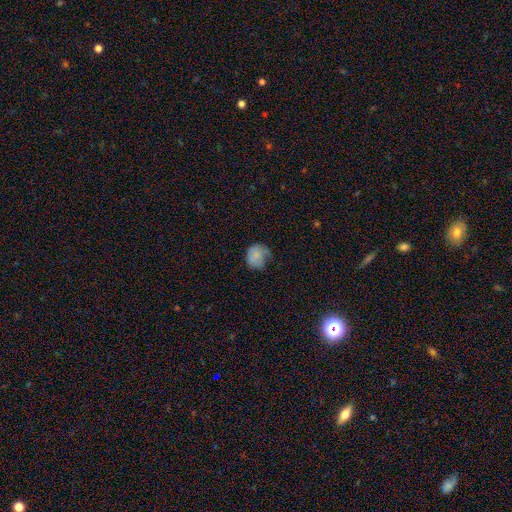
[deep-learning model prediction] smooth-or-featured: smooth: 75% | featured or disk: 16% | star or artifact: 9%
  how-rounded: round: 77% | in between: 22% | cigar-shaped: 1%
  merging: none: 50% | minor disturbance: 34% | major disturbance: 14% | merger: 2%